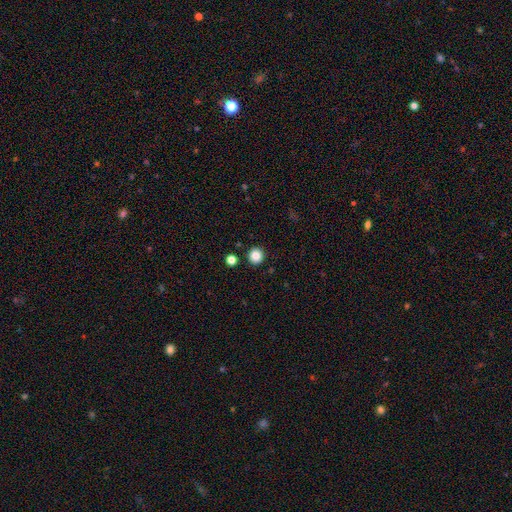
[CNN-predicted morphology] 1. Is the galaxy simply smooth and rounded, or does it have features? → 85% smooth, 11% star or artifact, 4% featured or disk.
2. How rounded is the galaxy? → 94% round, 5% in between, 1% cigar-shaped.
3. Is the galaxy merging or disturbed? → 91% none, 5% minor disturbance, 3% merger, 2% major disturbance.